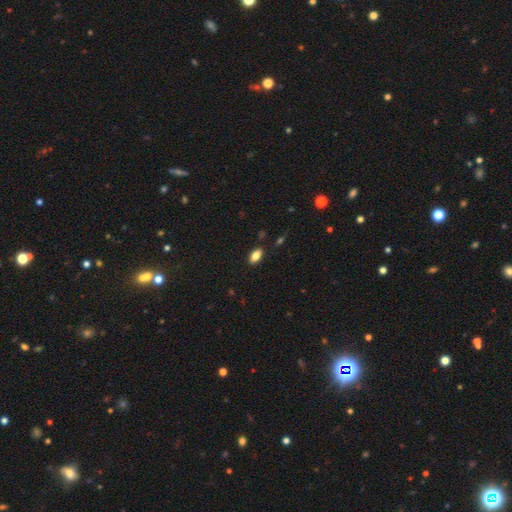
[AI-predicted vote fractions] A smooth galaxy with no disk features (83%) that is in between round and cigar-shaped (91%).

Vote fractions:
- Smooth or featured? smooth: 83% / star or artifact: 9% / featured or disk: 8%
- How rounded? in between: 91% / cigar-shaped: 5% / round: 4%
- Merging? none: 87% / minor disturbance: 10% / major disturbance: 2% / merger: 2%